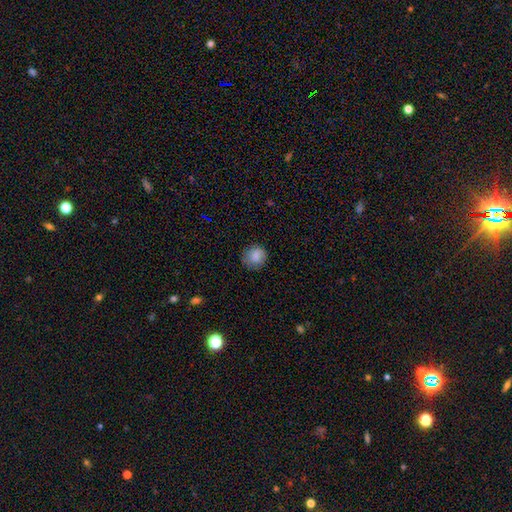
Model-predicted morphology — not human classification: This is clearly a smooth galaxy (84%). How rounded: clearly round (81%). Merging: clearly none (81%).